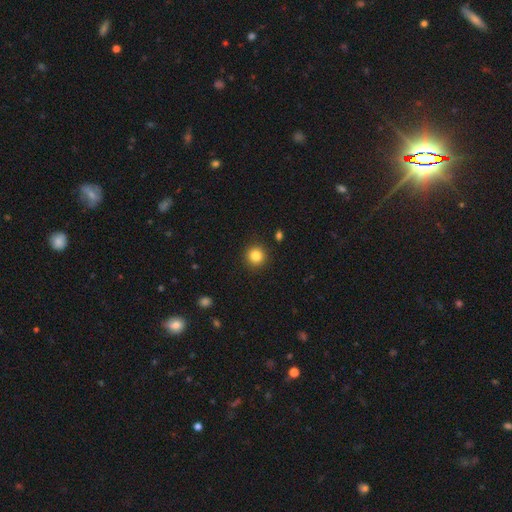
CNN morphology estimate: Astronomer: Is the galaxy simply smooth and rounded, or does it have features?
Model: smooth — 84%.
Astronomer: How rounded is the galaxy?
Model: round — 94%.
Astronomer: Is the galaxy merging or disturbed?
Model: none — 91%.